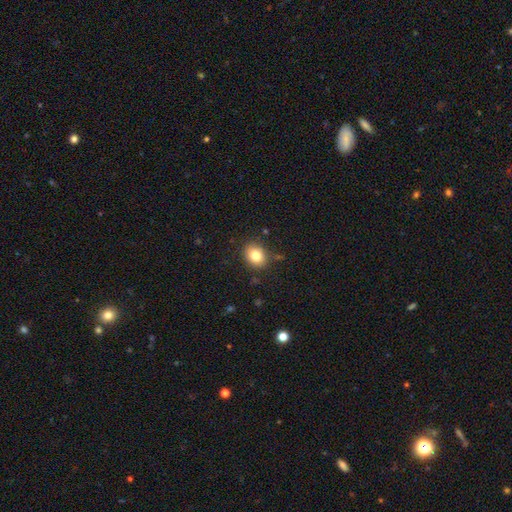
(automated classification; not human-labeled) Q: Smooth or featured?
A: smooth (80%); runner-up: star or artifact (10%)
Q: How rounded?
A: round (57%); runner-up: in between (43%)
Q: Merging?
A: none (84%); runner-up: minor disturbance (11%)